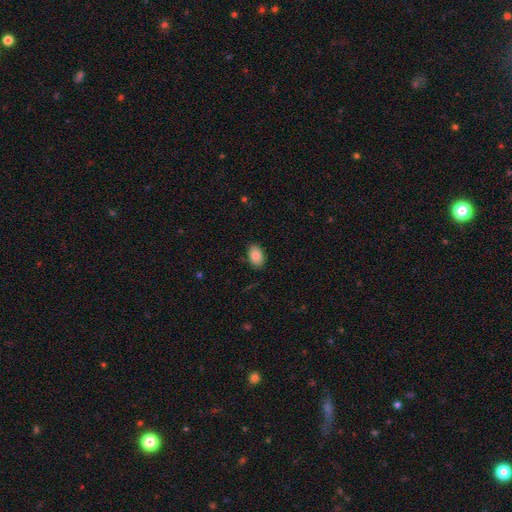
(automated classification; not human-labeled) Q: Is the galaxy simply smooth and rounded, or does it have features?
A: smooth — 86%.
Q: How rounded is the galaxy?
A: in between — 87%.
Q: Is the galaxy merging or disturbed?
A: none — 86%.